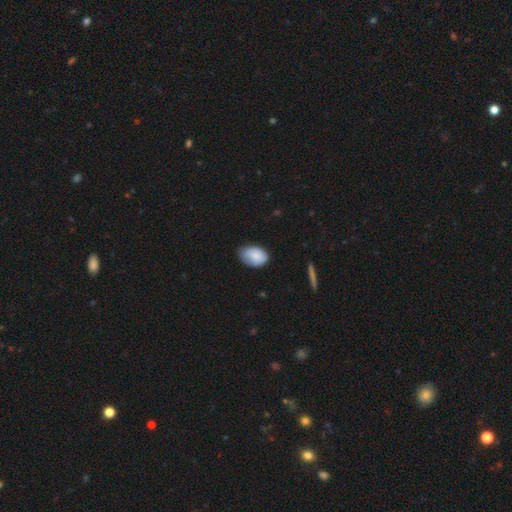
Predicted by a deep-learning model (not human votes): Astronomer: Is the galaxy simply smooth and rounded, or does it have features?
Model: smooth — 85%.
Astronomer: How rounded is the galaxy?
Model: in between — 85%.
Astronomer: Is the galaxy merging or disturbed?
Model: none — 67%.